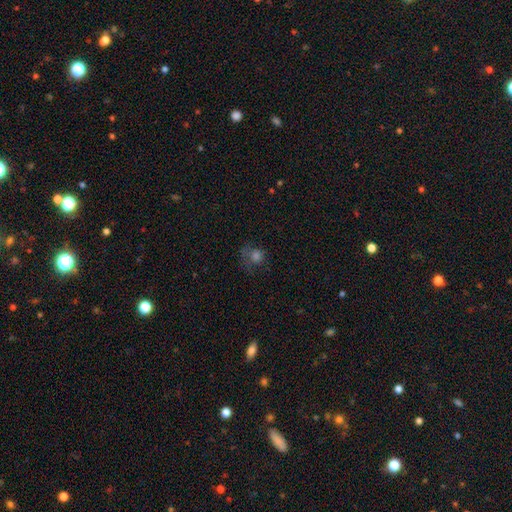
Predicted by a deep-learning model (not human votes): Q: Smooth or featured?
A: smooth (56%); runner-up: star or artifact (24%)
Q: How rounded?
A: round (74%); runner-up: in between (24%)
Q: Merging?
A: none (48%); runner-up: major disturbance (28%)